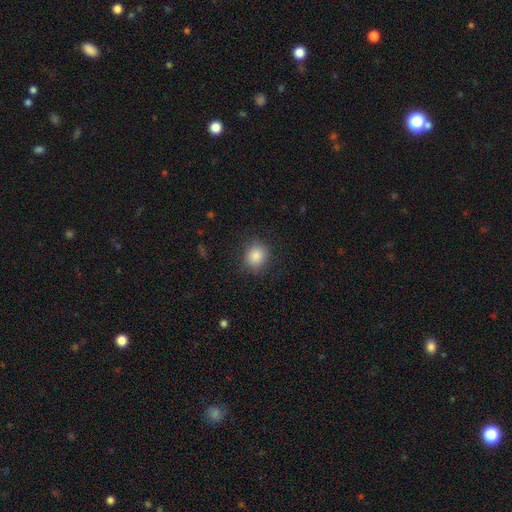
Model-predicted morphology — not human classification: type=smooth (85%); roundness=round (70%); merging=none (84%).